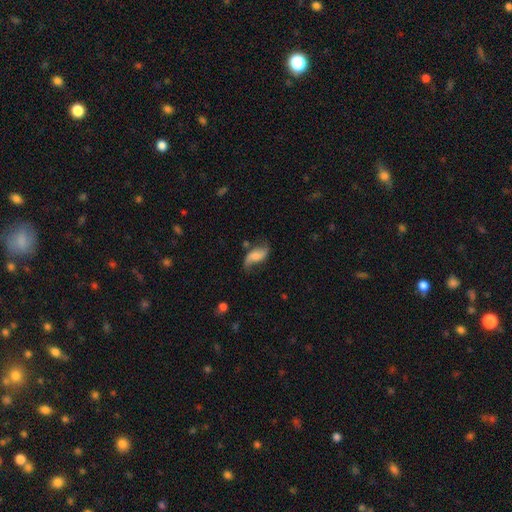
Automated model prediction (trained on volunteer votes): The model was most divided on "bulge size": none: 41%, small: 27%, moderate: 18%, large: 10%, dominant: 4%. More confident: edge-on disk — no (94%); spiral arms — yes (91%); smooth or featured — featured or disk (58%); merging — none (55%); bar — no (52%).